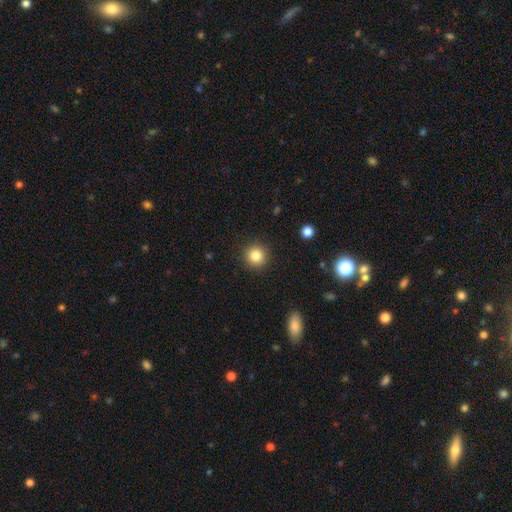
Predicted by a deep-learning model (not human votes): Q: Smooth or featured?
A: smooth (83%); runner-up: star or artifact (11%)
Q: How rounded?
A: round (94%); runner-up: in between (5%)
Q: Merging?
A: none (91%); runner-up: minor disturbance (6%)